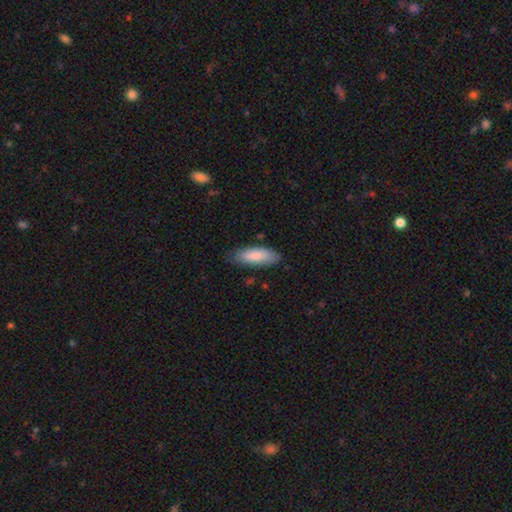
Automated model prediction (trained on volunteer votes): A smooth galaxy with no disk features (84%) that is in between round and cigar-shaped (68%).

Vote fractions:
- Smooth or featured? smooth: 84% / featured or disk: 10% / star or artifact: 5%
- How rounded? in between: 68% / cigar-shaped: 31% / round: 2%
- Merging? none: 77% / minor disturbance: 18% / major disturbance: 3% / merger: 1%